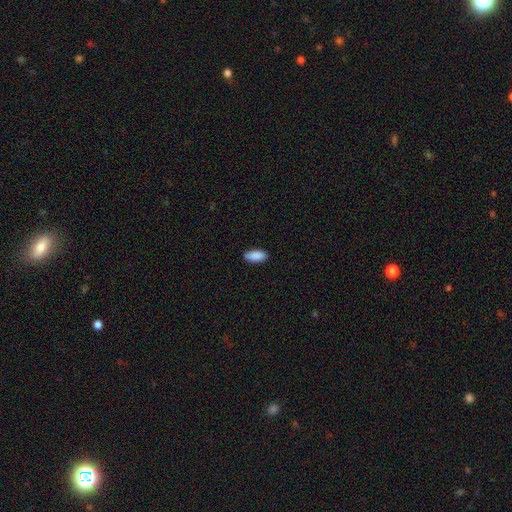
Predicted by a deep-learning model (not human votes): Smooth or featured: smooth — 91% (star or artifact — 6%)
How rounded: in between — 90% (cigar-shaped — 8%)
Merging: none — 89% (minor disturbance — 8%)